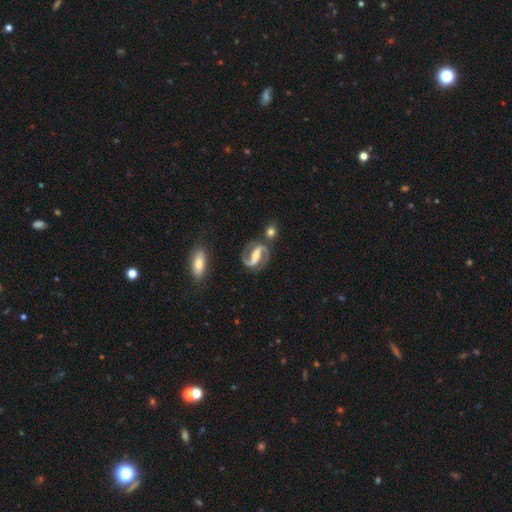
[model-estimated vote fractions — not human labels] A featured or disk galaxy (90%) with a strong bar (59%), 2 (94%) medium (59%) spiral arms (97%) and a moderate central bulge (40%).

Vote fractions:
- Smooth or featured? featured or disk: 90% / smooth: 5% / star or artifact: 5%
- Edge-on disk? no: 97% / yes: 3%
- Bar? strong: 59% / weak: 28% / no: 13%
- Spiral arms? yes: 97% / no: 3%
- Spiral winding? medium: 59% / loose: 23% / tight: 18%
- Spiral arm count? 2: 94% / 1: 2% / can't tell: 2% / 3: 1% / 4: 1% / more than 4: 1%
- Bulge size? moderate: 40% / small: 31% / none: 14% / large: 13% / dominant: 2%
- Merging? none: 76% / minor disturbance: 13% / merger: 6% / major disturbance: 6%